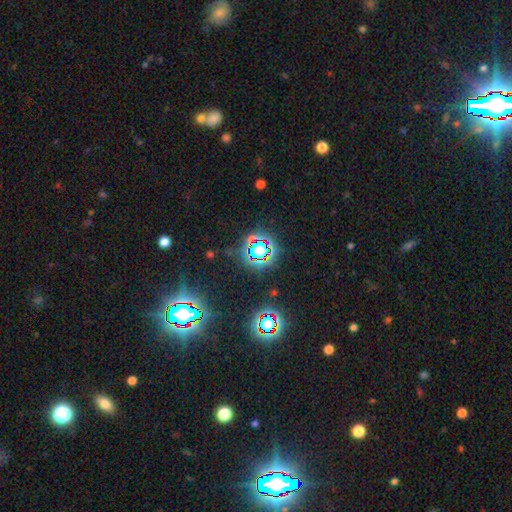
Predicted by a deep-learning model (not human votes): This appears to be a star or artifact, not a galaxy (82%).